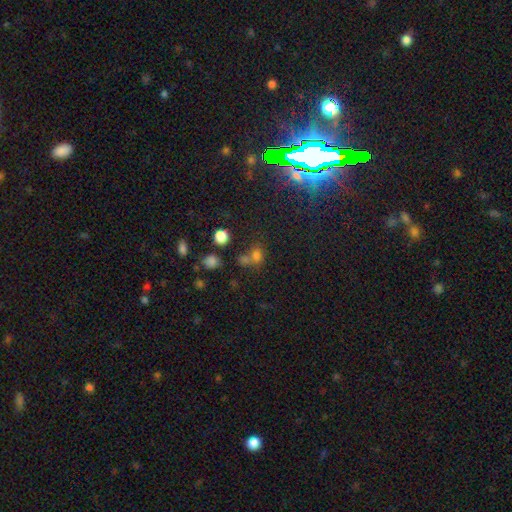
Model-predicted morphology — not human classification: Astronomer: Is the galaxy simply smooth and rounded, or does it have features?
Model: smooth — 59%.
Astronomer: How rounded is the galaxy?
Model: round — 59% (runner-up: in between, 39%).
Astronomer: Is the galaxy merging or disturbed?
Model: none — 45% (runner-up: merger, 37%).